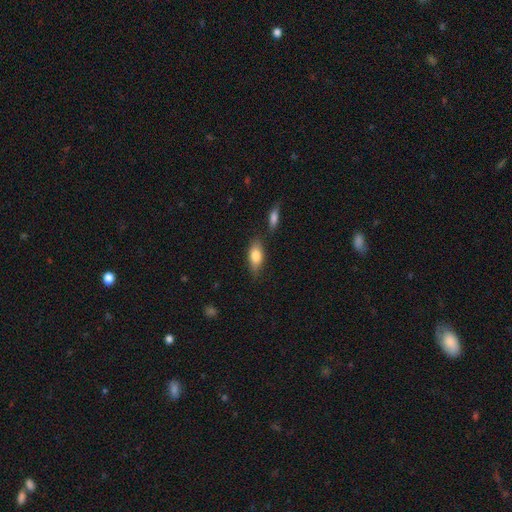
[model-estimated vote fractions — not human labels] smooth_or_featured: smooth (p=0.76) [alt: featured or disk p=0.17]
how_rounded: in between (p=0.81) [alt: cigar-shaped p=0.15]
merging: none (p=0.69) [alt: minor disturbance p=0.18]